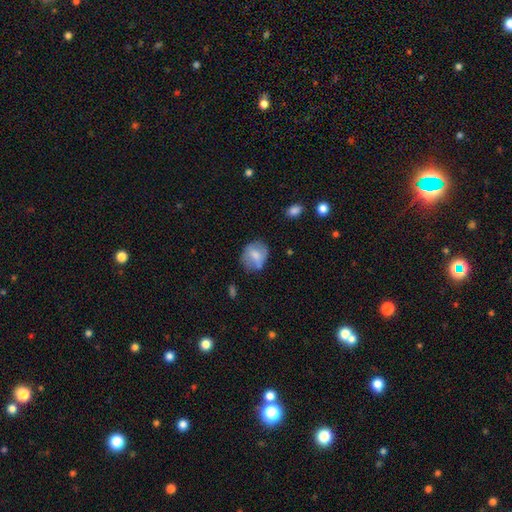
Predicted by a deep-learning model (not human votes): smooth 64%, featured or disk 28%, star or artifact 8%. Down the decision tree: how rounded — round (59%); merging — none (61%).